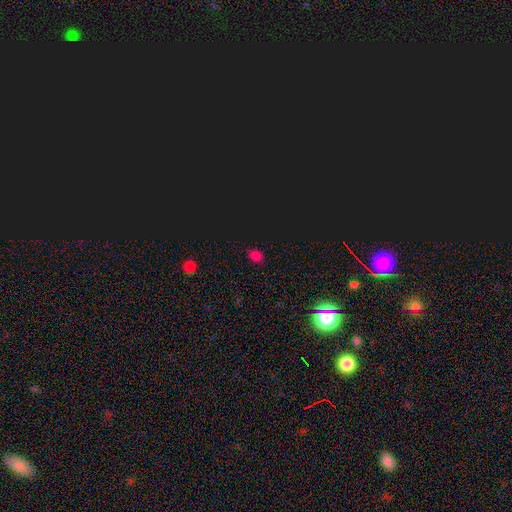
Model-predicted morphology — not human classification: The model was most divided on "how rounded": in between: 52%, round: 47%, cigar-shaped: 2%. More confident: merging — none (86%); smooth or featured — smooth (65%).